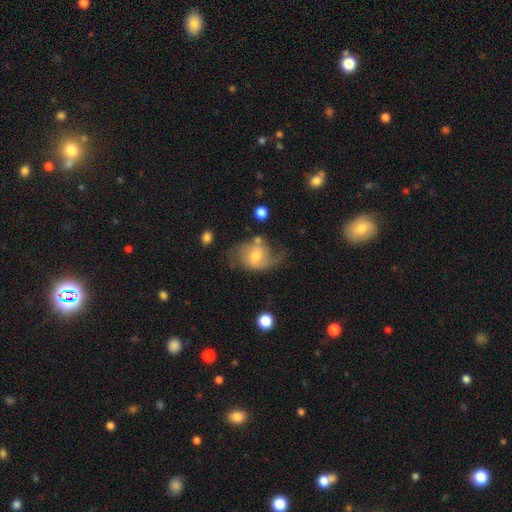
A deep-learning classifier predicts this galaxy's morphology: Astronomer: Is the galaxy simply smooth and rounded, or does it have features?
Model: featured or disk — 64%.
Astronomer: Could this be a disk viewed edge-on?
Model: no — 97%.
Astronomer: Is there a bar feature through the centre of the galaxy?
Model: no — 60%.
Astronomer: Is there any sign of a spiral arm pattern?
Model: yes — 87%.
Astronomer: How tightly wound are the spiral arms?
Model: loose — 45% (runner-up: medium, 39%).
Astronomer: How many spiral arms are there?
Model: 2 — 69%.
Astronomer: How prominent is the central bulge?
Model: moderate — 57% (runner-up: small, 33%).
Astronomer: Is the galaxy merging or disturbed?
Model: none — 49% (runner-up: minor disturbance, 25%).